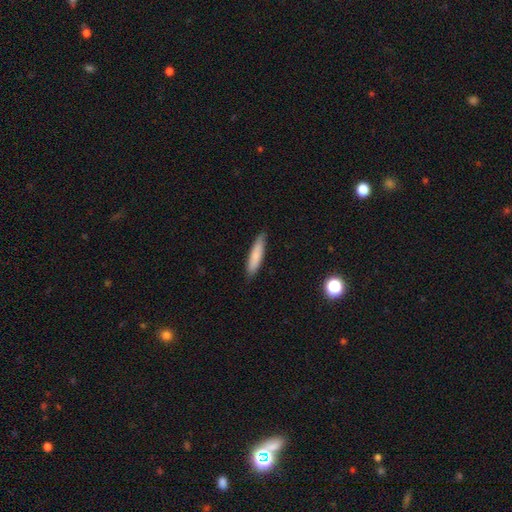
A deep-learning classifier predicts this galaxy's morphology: Smooth or featured? Predicted: smooth (p=0.81). How rounded? Predicted: cigar-shaped (p=0.83). Merging? Predicted: none (p=0.87).